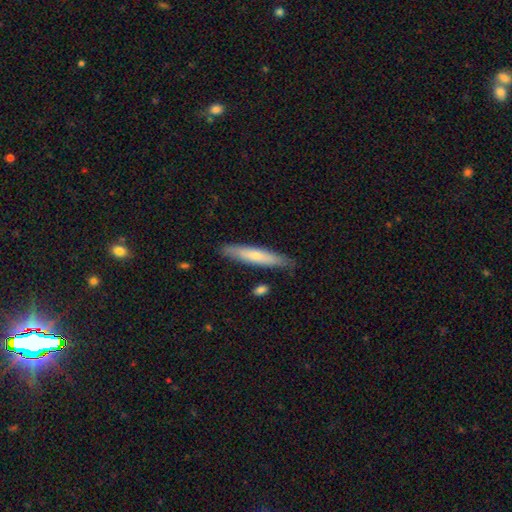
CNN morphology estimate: smooth 65%, featured or disk 30%, star or artifact 5%. Down the decision tree: how rounded — cigar-shaped (91%); merging — none (84%).